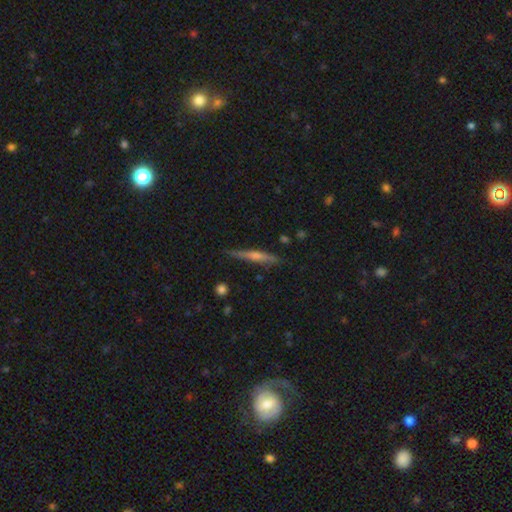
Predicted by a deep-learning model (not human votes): Morphology: type=featured or disk (57%); edge-on=yes (96%); edge-on bulge=rounded (61%); merging=none (83%).